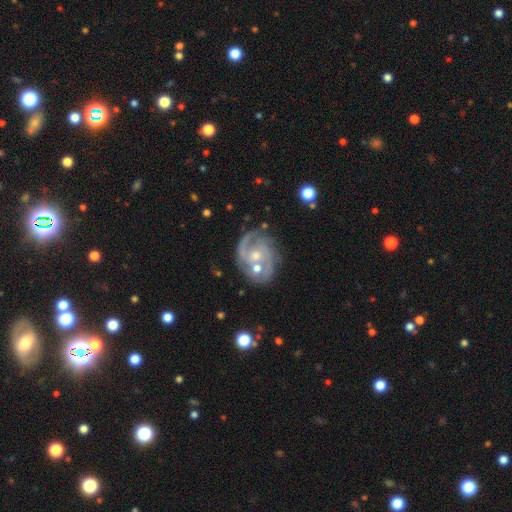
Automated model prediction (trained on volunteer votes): smooth_or_featured: featured or disk (p=0.84) [alt: smooth p=0.09]
disk_edge_on: no (p=0.98) [alt: yes p=0.02]
bar: no (p=0.62) [alt: weak p=0.31]
has_spiral_arms: yes (p=0.93) [alt: no p=0.07]
spiral_winding: medium (p=0.44) [alt: tight p=0.43]
spiral_arm_count: 2 (p=0.50) [alt: 3 p=0.19]
bulge_size: moderate (p=0.53) [alt: small p=0.41]
merging: none (p=0.57) [alt: merger p=0.18]